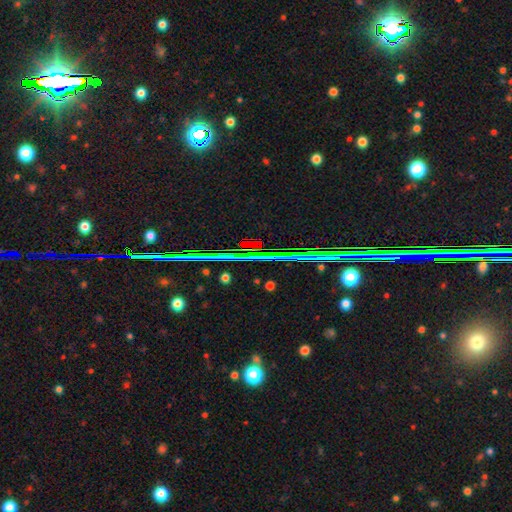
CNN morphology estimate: type=star or artifact (82%).